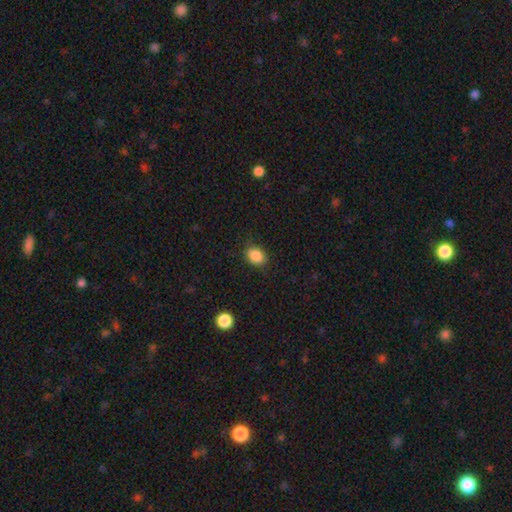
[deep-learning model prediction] Overall: smooth (87%). How rounded: in between (58%; round 41%). Merging: none (81%).